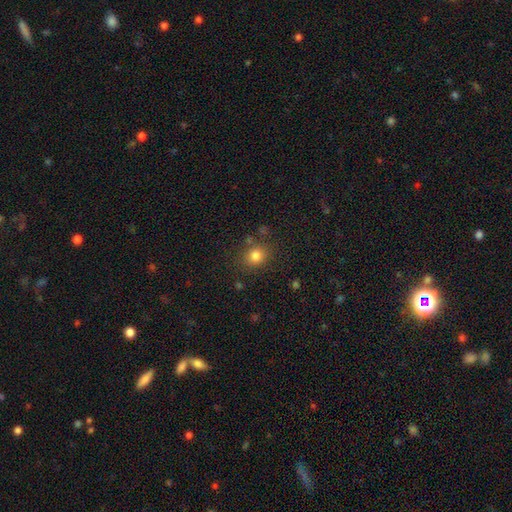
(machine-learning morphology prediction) Smooth or featured? smooth (80%)
How rounded? round (75%)
Merging? none (79%)